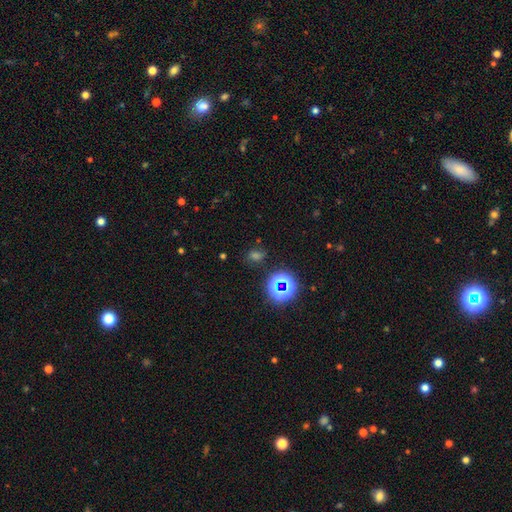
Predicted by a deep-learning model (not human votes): This appears to be a star or artifact, not a galaxy (51%).